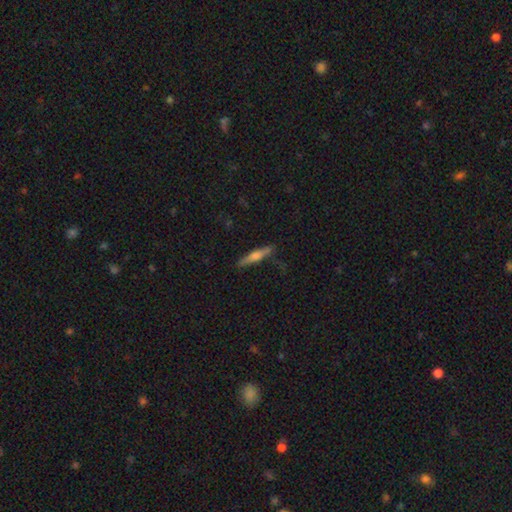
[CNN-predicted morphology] smooth-or-featured: featured or disk: 55% | smooth: 39% | star or artifact: 6%
  disk-edge-on: yes: 97% | no: 3%
    edge-on-bulge: rounded: 84% | boxy: 8% | none: 8%
  merging: none: 86% | minor disturbance: 11% | major disturbance: 2% | merger: 2%